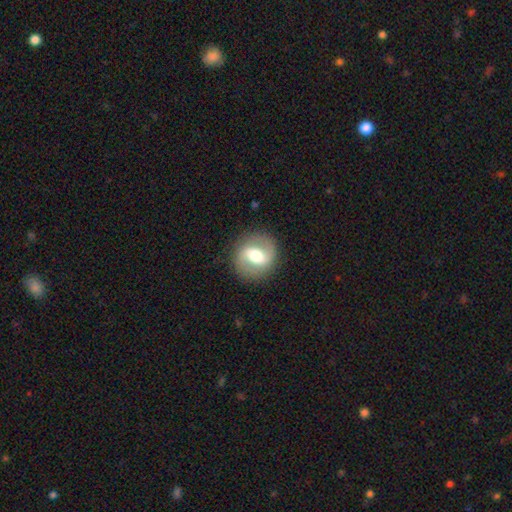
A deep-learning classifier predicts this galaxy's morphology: This is likely a featured or disk galaxy (63%). It is clearly not viewed edge-on (95%). Bar: marginally weak (42%). Spiral arm pattern: likely yes (74%). Central bulge: likely moderate (65%). Merging: clearly none (87%).